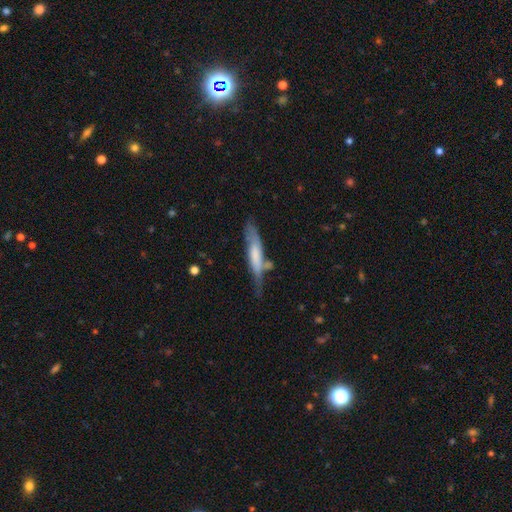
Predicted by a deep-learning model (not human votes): The model was most divided on "smooth or featured": smooth: 56%, featured or disk: 38%, star or artifact: 6%. Remaining: how rounded — cigar-shaped (83%); merging — none (50%).